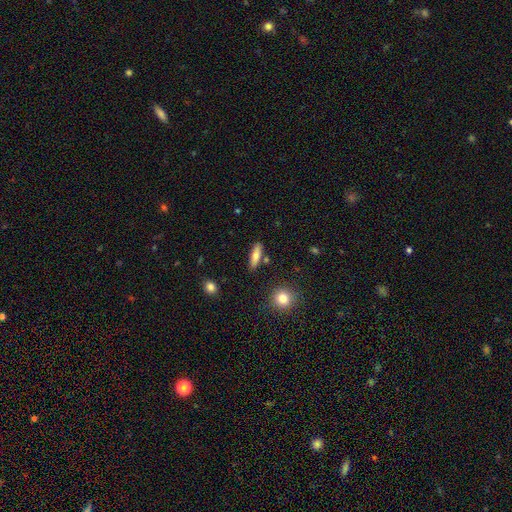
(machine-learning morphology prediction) smooth 68%, featured or disk 24%, star or artifact 8%. Down the decision tree: how rounded — cigar-shaped (61%); merging — none (83%).